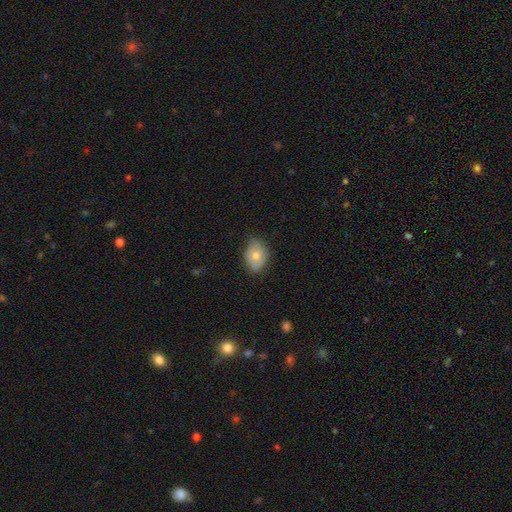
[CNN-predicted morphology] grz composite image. It shows a smooth galaxy with no disk features (72%) that is in between round and cigar-shaped (73%). Merging: none (78%).